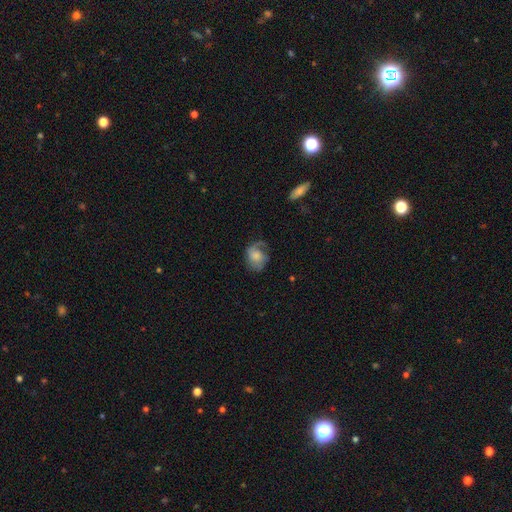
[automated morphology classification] type=featured or disk (50%); merging=none (49%).